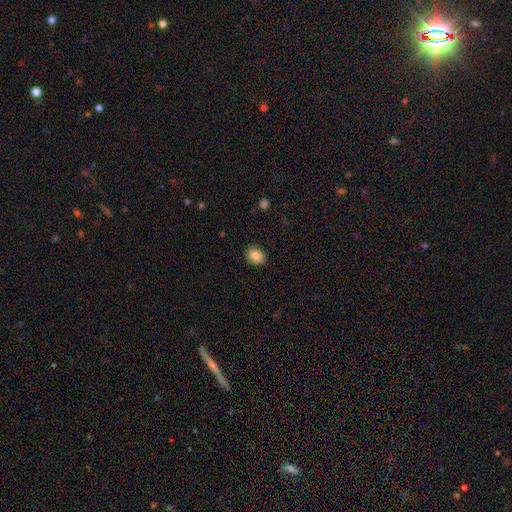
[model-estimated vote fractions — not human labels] This is clearly a smooth galaxy (86%). How rounded: likely in between (62%). Merging: clearly none (89%).